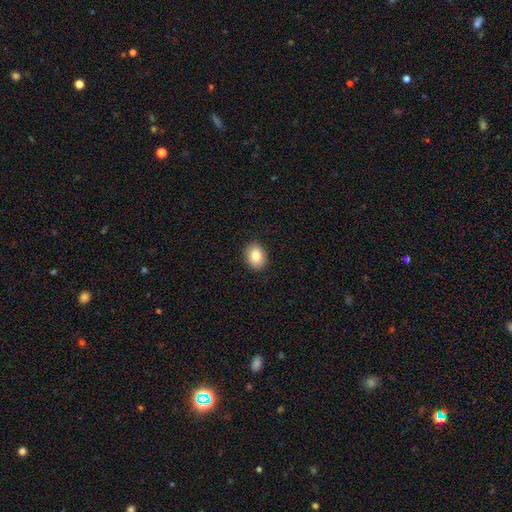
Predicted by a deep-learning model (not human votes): This is clearly a smooth galaxy (84%). How rounded: possibly in between (54%). Merging: clearly none (90%).